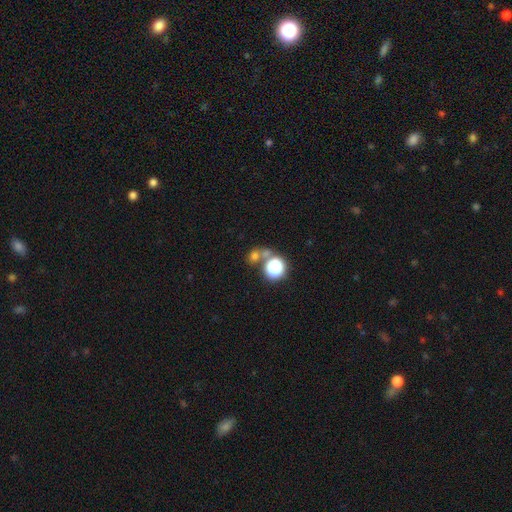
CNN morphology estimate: smooth-or-featured: smooth: 60% | star or artifact: 30% | featured or disk: 10%
  how-rounded: round: 76% | in between: 23% | cigar-shaped: 2%
  merging: none: 53% | merger: 33% | minor disturbance: 9% | major disturbance: 6%